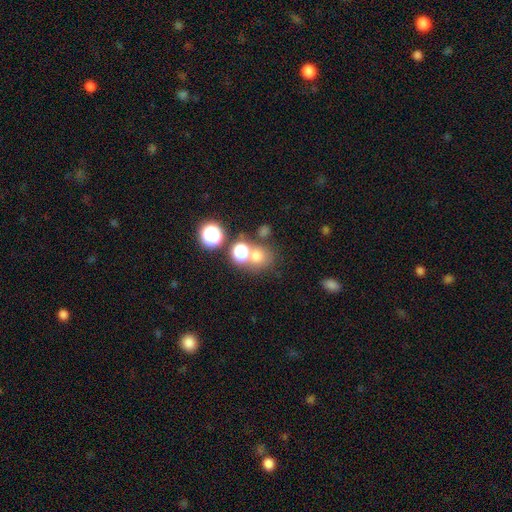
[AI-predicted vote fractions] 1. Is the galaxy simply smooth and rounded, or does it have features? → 67% smooth, 23% star or artifact, 10% featured or disk.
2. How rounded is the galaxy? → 82% round, 18% in between, 1% cigar-shaped.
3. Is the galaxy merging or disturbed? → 56% none, 31% merger, 8% minor disturbance, 5% major disturbance.